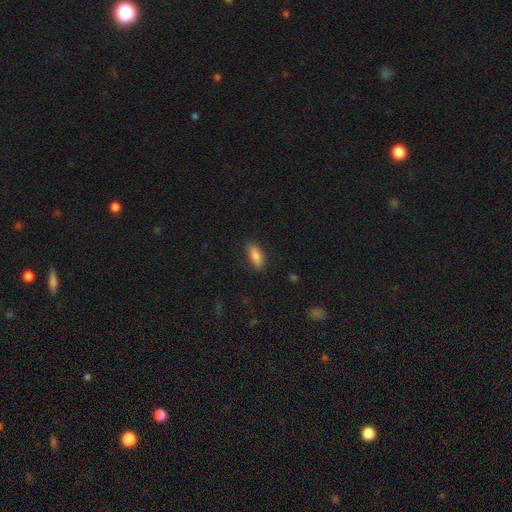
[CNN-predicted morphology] smooth 86%, star or artifact 7%, featured or disk 7%. Down the decision tree: how rounded — in between (78%); merging — none (85%).